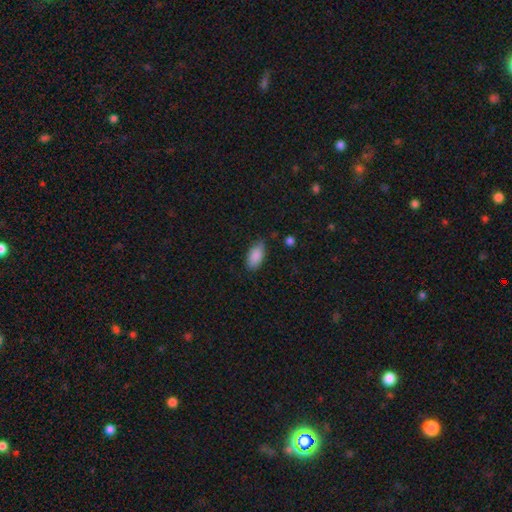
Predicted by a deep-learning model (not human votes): Smooth or featured: smooth — 89% (star or artifact — 7%)
How rounded: in between — 92% (cigar-shaped — 5%)
Merging: none — 74% (minor disturbance — 20%)